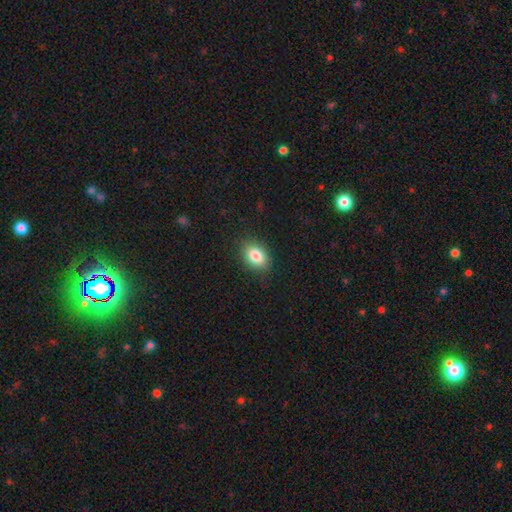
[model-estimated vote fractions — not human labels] A smooth galaxy with no disk features (84%) that is in between round and cigar-shaped (82%).

Vote fractions:
- Smooth or featured? smooth: 84% / star or artifact: 9% / featured or disk: 7%
- How rounded? in between: 82% / round: 16% / cigar-shaped: 1%
- Merging? none: 86% / minor disturbance: 10% / major disturbance: 3% / merger: 1%